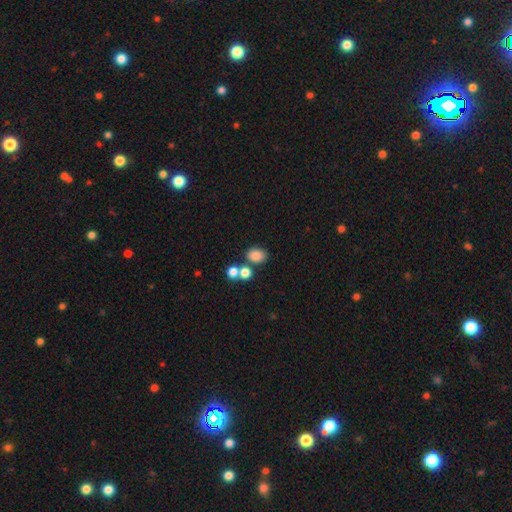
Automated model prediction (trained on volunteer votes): Smooth or featured? smooth (81%)
How rounded? in between (63%)
Merging? none (60%)